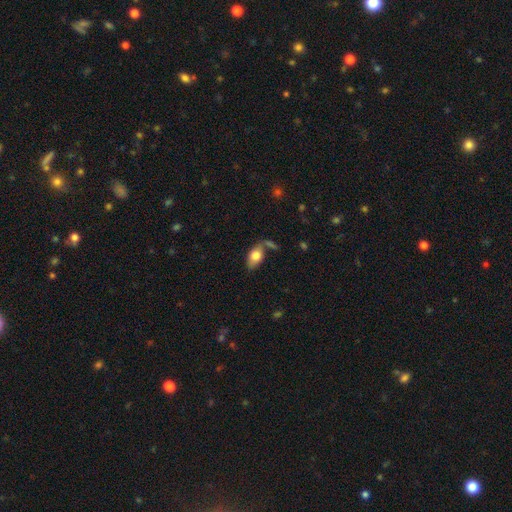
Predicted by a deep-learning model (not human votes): smooth-or-featured: smooth: 75% | featured or disk: 18% | star or artifact: 7%
  how-rounded: in between: 89% | round: 7% | cigar-shaped: 4%
  merging: none: 58% | minor disturbance: 20% | merger: 15% | major disturbance: 7%